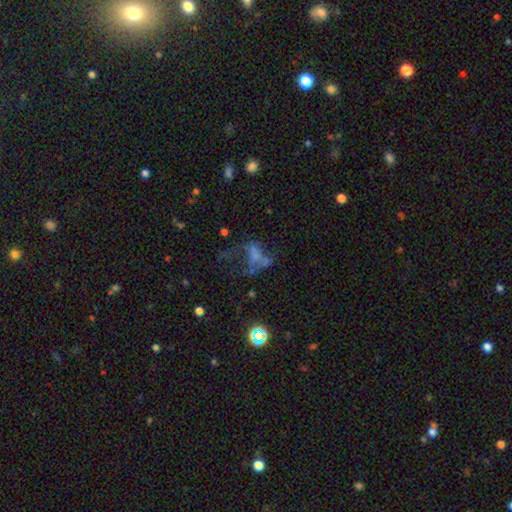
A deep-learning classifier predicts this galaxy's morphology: A featured or disk galaxy (41%). Merging: major disturbance (47%).